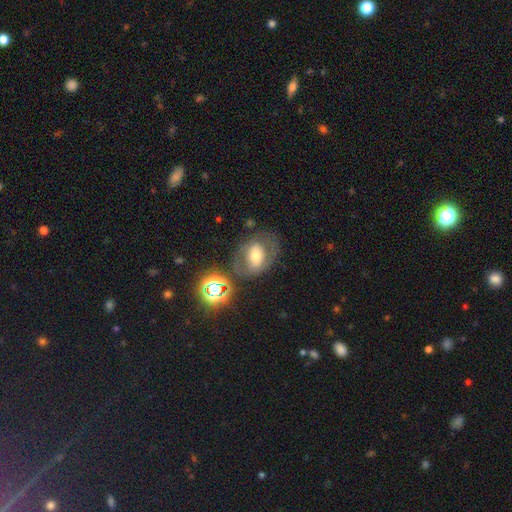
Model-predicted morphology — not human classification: smooth_or_featured: smooth (p=0.45) [alt: featured or disk p=0.42]
merging: none (p=0.62) [alt: minor disturbance p=0.18]